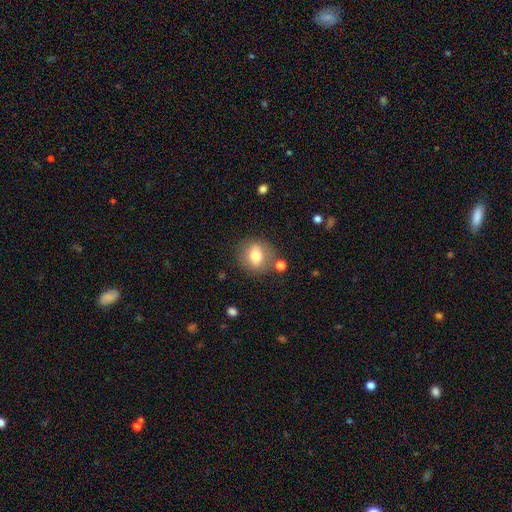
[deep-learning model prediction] Smooth or featured? smooth (73%)
How rounded? round (77%)
Merging? none (79%)